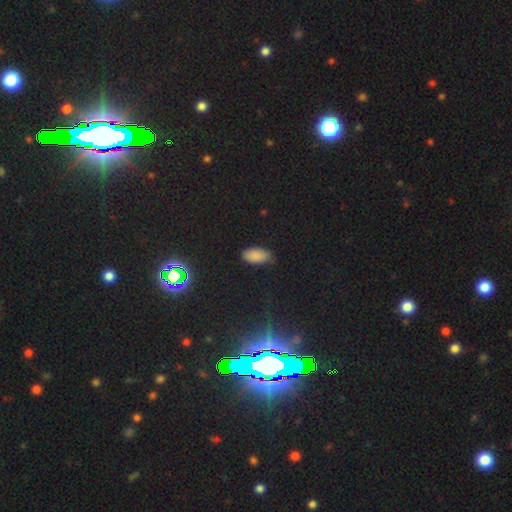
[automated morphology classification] This appears to be a smooth galaxy with no disk features (82%) that is in between round and cigar-shaped (93%). Merging: none (73%).